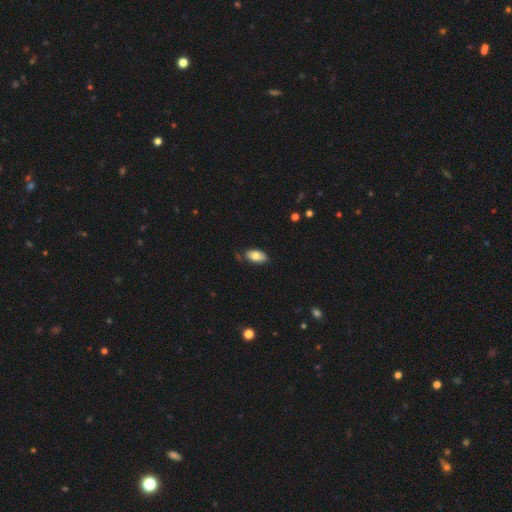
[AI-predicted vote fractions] This is likely a smooth galaxy (77%). How rounded: clearly in between (94%). Merging: likely none (73%).